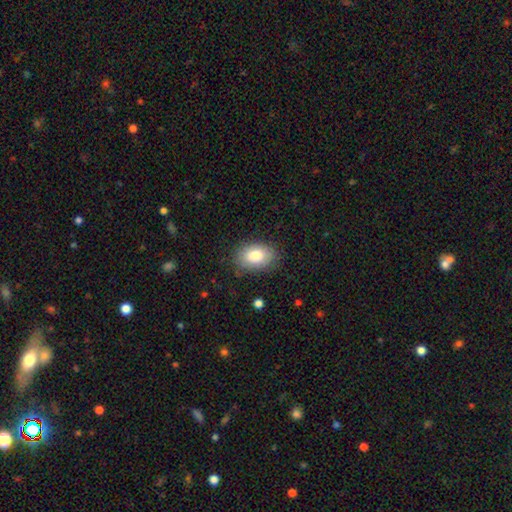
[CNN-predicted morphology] Smooth or featured? Predicted: smooth (p=0.81). How rounded? Predicted: in between (p=0.87). Merging? Predicted: none (p=0.82).